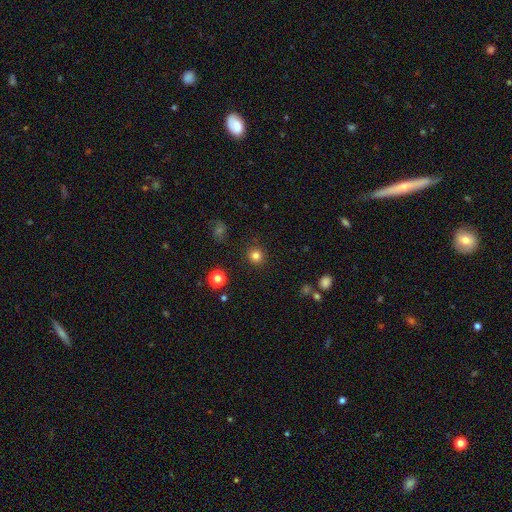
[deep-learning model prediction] Smooth or featured? Predicted: smooth (p=0.82). How rounded? Predicted: round (p=0.93). Merging? Predicted: none (p=0.90).